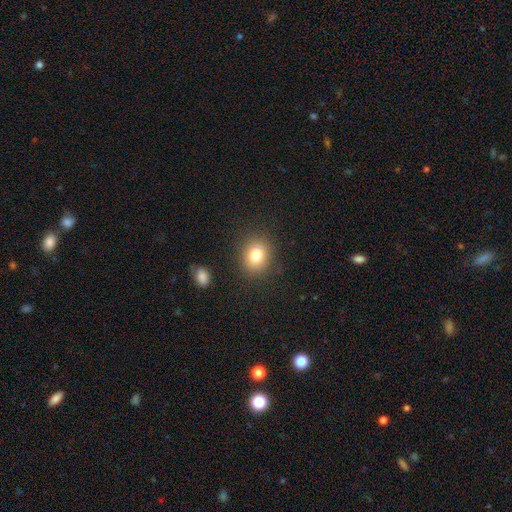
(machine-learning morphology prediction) type=smooth (80%); roundness=round (61%); merging=none (89%).